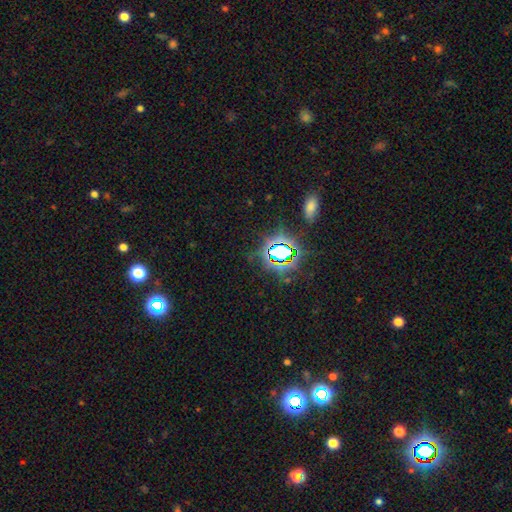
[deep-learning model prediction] smooth-or-featured: star or artifact: 77% | smooth: 14% | featured or disk: 9%